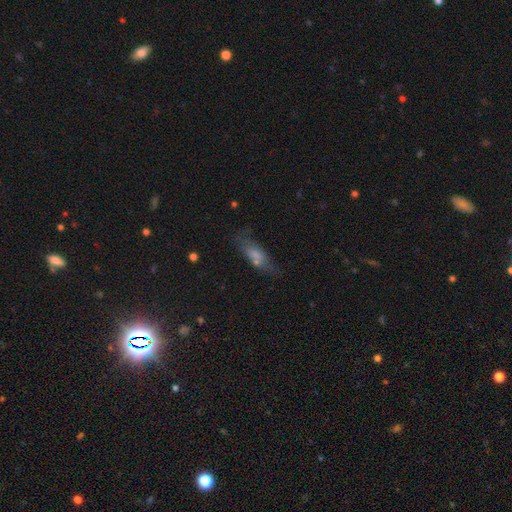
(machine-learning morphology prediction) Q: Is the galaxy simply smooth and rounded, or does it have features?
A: smooth — 64%.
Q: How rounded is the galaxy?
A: in between — 64%.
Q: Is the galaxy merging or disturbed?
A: none — 50%.